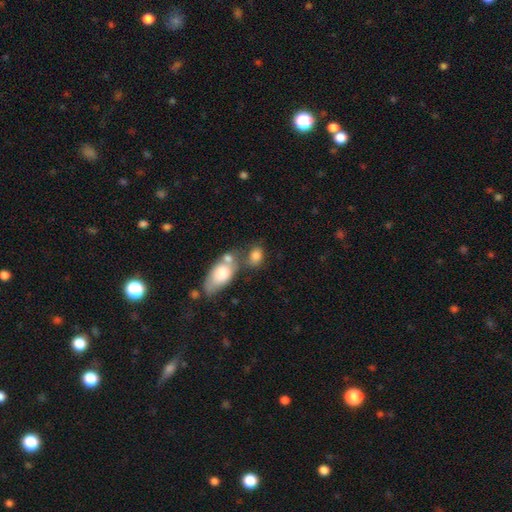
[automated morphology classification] Overall: smooth (80%). How rounded: in between (72%). Merging: none (41%; merger 37%).